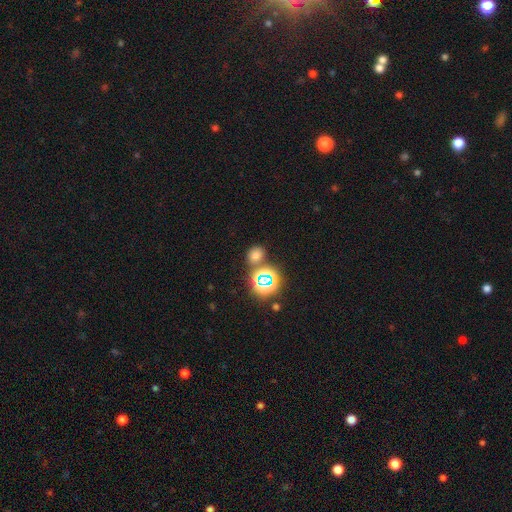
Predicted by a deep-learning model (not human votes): smooth-or-featured: smooth: 62% | star or artifact: 31% | featured or disk: 6%
  how-rounded: round: 57% | in between: 41% | cigar-shaped: 1%
  merging: none: 75% | merger: 12% | minor disturbance: 10% | major disturbance: 4%